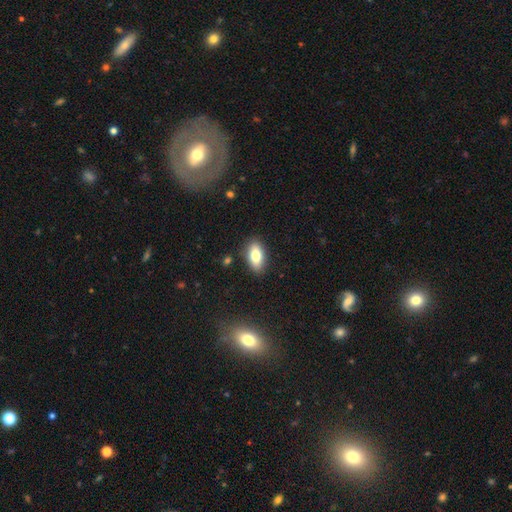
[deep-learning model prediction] smooth-or-featured: smooth: 78% | featured or disk: 14% | star or artifact: 8%
  how-rounded: in between: 89% | cigar-shaped: 7% | round: 4%
  merging: none: 86% | minor disturbance: 10% | major disturbance: 2% | merger: 2%